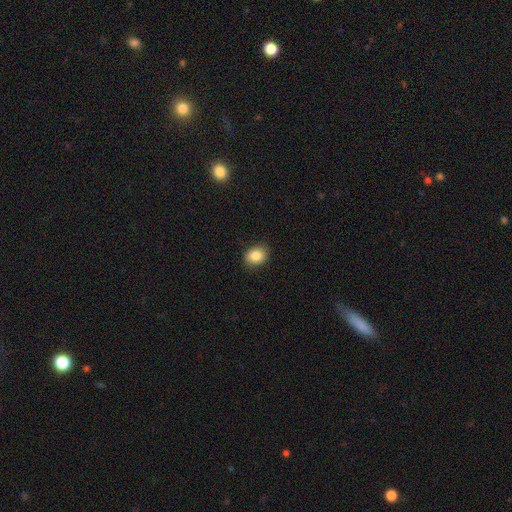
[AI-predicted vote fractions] A smooth galaxy with no disk features (85%) that is in between round and cigar-shaped (58%).

Vote fractions:
- Smooth or featured? smooth: 85% / star or artifact: 8% / featured or disk: 6%
- How rounded? in between: 58% / round: 41% / cigar-shaped: 1%
- Merging? none: 87% / minor disturbance: 9% / major disturbance: 2% / merger: 1%